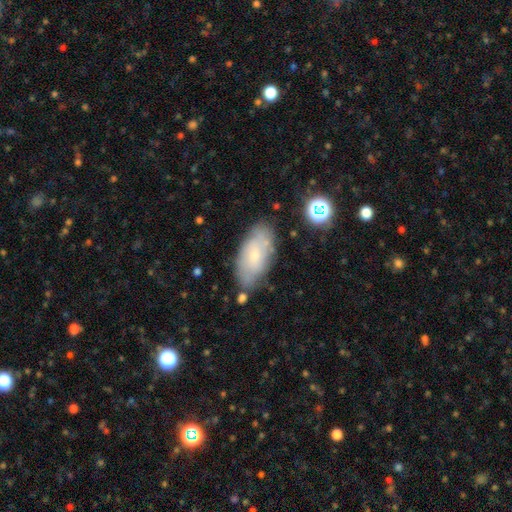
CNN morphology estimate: smooth 52%, featured or disk 38%, star or artifact 10%. Down the decision tree: how rounded — in between (89%); merging — none (78%).